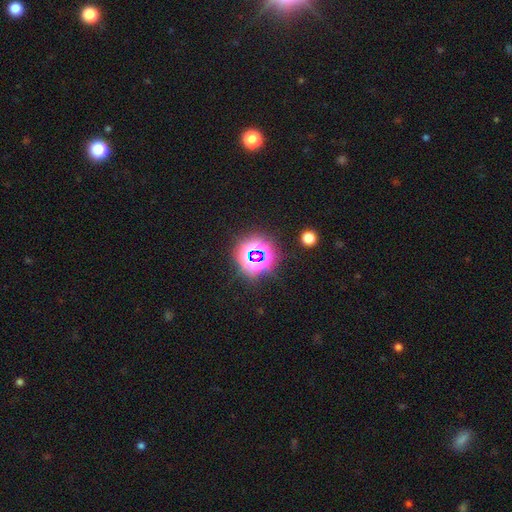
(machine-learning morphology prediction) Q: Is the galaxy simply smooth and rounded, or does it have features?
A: star or artifact — 74%.